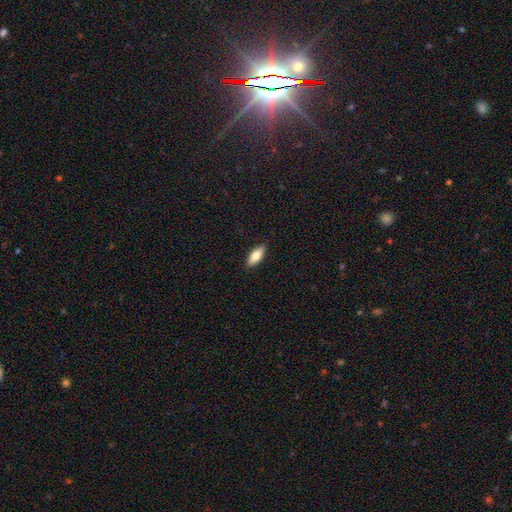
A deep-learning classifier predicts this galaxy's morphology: Overall: smooth (79%). How rounded: in between (71%). Merging: none (89%).